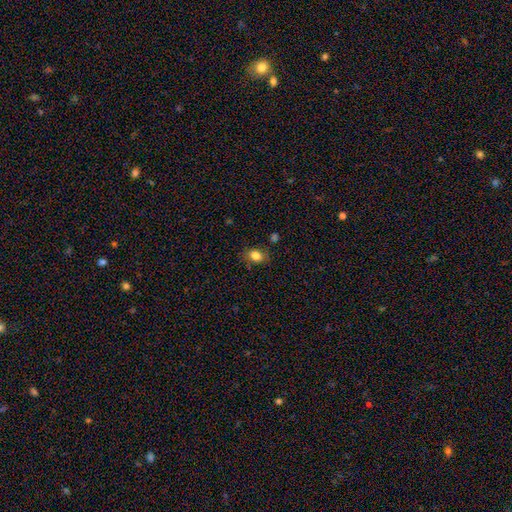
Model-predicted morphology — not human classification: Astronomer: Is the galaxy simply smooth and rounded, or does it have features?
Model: smooth — 81%.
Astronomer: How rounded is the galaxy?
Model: in between — 69%.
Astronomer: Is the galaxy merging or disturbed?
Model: none — 78%.